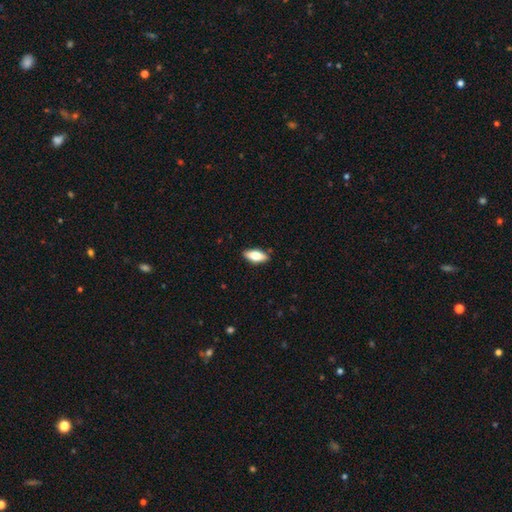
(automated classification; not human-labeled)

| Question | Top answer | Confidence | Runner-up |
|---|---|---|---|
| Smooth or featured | smooth | 68% | featured or disk (26%) |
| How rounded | in between | 80% | cigar-shaped (17%) |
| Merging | none | 88% | minor disturbance (9%) |